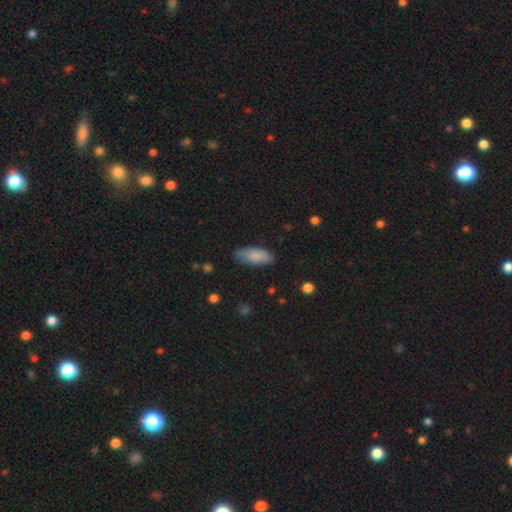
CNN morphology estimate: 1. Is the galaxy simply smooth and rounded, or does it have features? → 85% smooth, 9% featured or disk, 6% star or artifact.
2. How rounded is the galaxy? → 80% in between, 18% cigar-shaped, 2% round.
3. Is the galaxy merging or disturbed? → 75% none, 19% minor disturbance, 4% major disturbance, 1% merger.